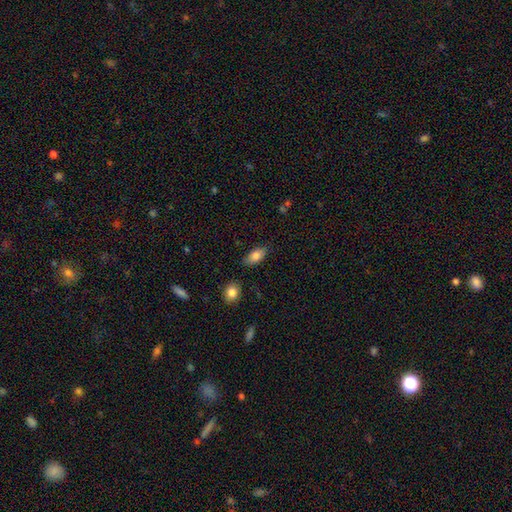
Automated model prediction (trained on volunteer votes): This is clearly a smooth galaxy (83%). How rounded: clearly in between (89%). Merging: likely none (79%).